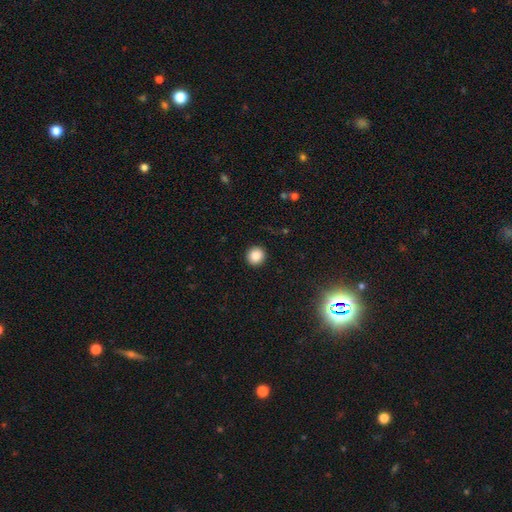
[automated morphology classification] Smooth or featured? smooth (86%)
How rounded? round (92%)
Merging? none (92%)